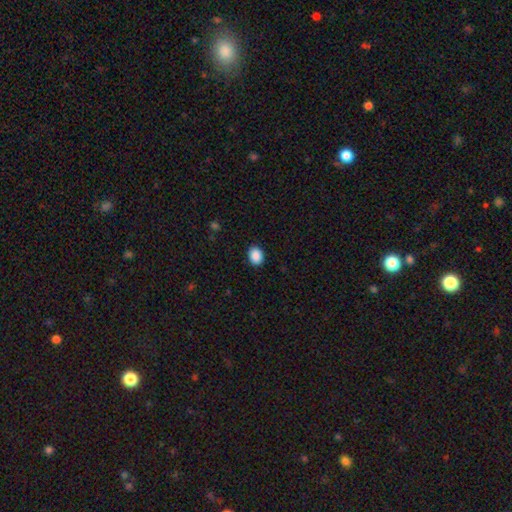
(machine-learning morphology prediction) Smooth or featured? Predicted: smooth (p=0.90). How rounded? Predicted: in between (p=0.60). Merging? Predicted: none (p=0.91).